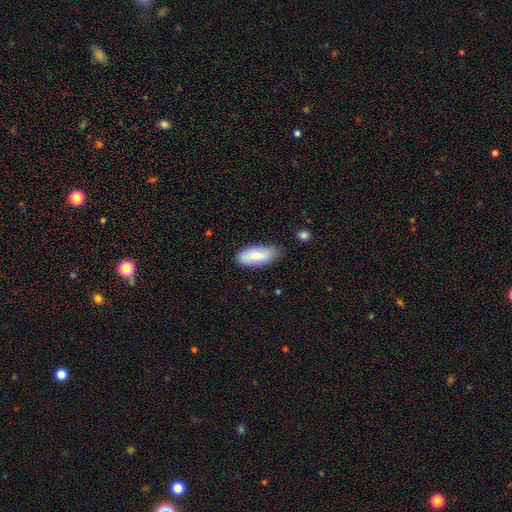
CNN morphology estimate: smooth 80%, featured or disk 13%, star or artifact 6%. Down the decision tree: how rounded — in between (83%); merging — none (71%).